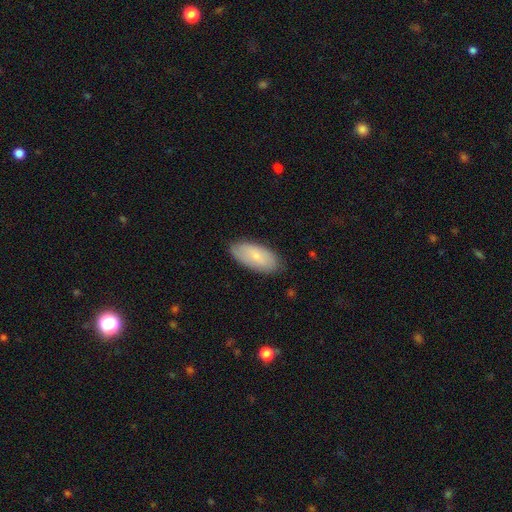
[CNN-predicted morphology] smooth_or_featured: smooth (p=0.71) [alt: featured or disk p=0.23]
how_rounded: in between (p=0.91) [alt: cigar-shaped p=0.07]
merging: none (p=0.82) [alt: minor disturbance p=0.15]